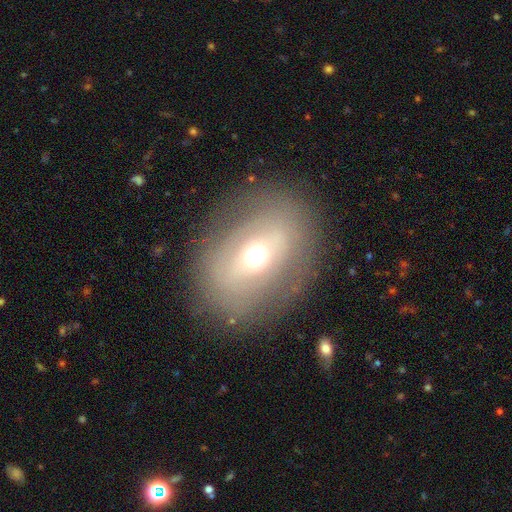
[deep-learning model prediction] Smooth or featured? Predicted: featured or disk (p=0.51). Edge-on disk? Predicted: no (p=0.87). Merging? Predicted: none (p=0.81).